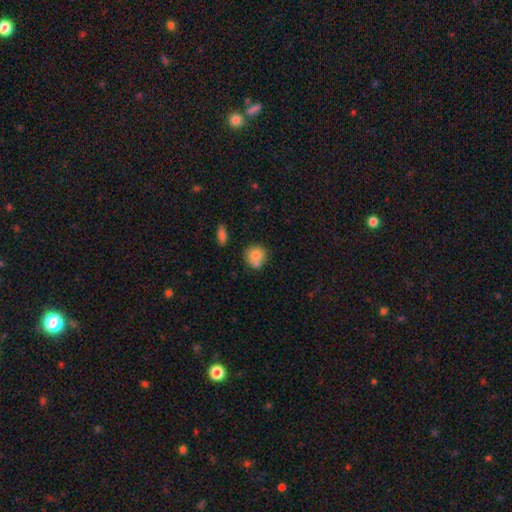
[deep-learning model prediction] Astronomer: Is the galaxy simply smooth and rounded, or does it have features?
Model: smooth — 78%.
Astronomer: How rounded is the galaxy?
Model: round — 86%.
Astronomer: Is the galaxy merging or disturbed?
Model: none — 60%.